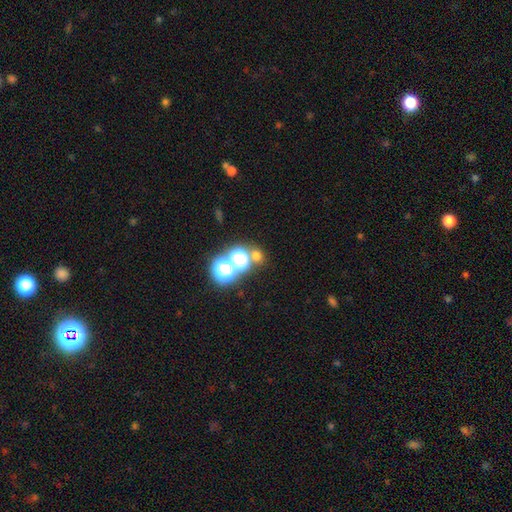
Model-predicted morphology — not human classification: This appears to be a smooth galaxy with no disk features (53%) that is round (80%). Merging: none (67%).